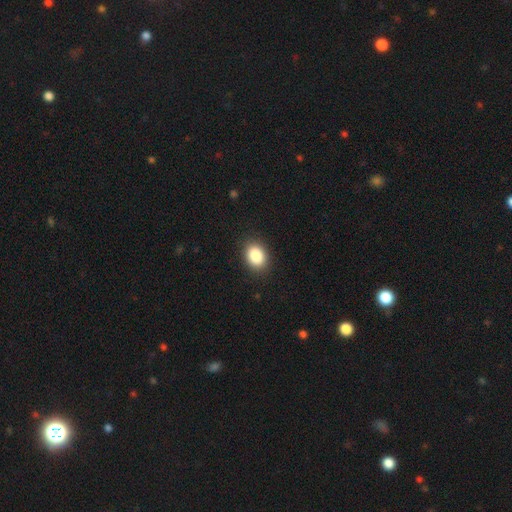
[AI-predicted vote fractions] Smooth or featured?
  - smooth: 87% *
  - star or artifact: 8%
  - featured or disk: 5%
How rounded?
  - in between: 67% *
  - round: 32%
  - cigar-shaped: 1%
Merging?
  - none: 89% *
  - minor disturbance: 8%
  - major disturbance: 2%
  - merger: 1%